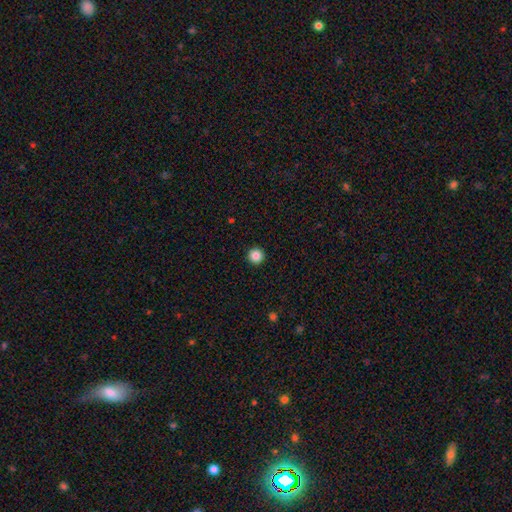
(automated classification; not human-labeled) A smooth galaxy with no disk features (86%) that is round (97%).

Vote fractions:
- Smooth or featured? smooth: 86% / star or artifact: 10% / featured or disk: 3%
- How rounded? round: 97% / in between: 2% / cigar-shaped: 1%
- Merging? none: 94% / minor disturbance: 4% / major disturbance: 1% / merger: 1%